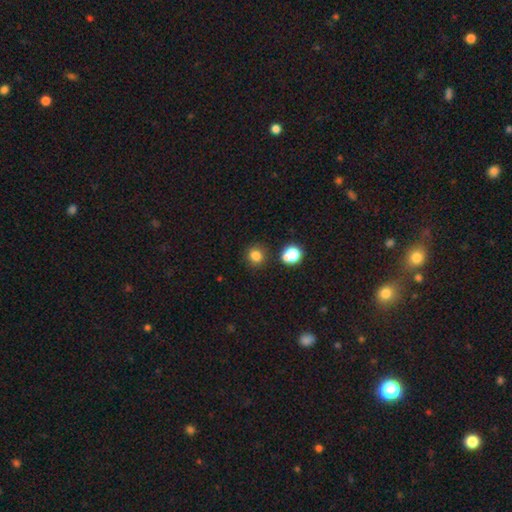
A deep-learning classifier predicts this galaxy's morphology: The model was most divided on "how rounded": round: 77%, in between: 22%, cigar-shaped: 1%. More confident: merging — none (81%); smooth or featured — smooth (81%).